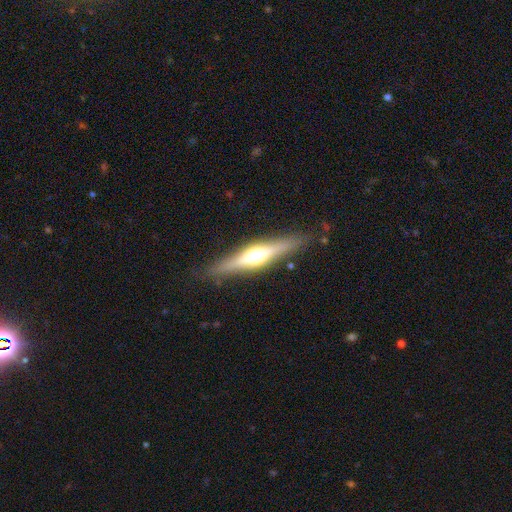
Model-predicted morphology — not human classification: This is likely a featured or disk galaxy (67%). It is clearly viewed edge-on (95%). Edge-on bulge: clearly rounded (92%). Merging: clearly none (87%).